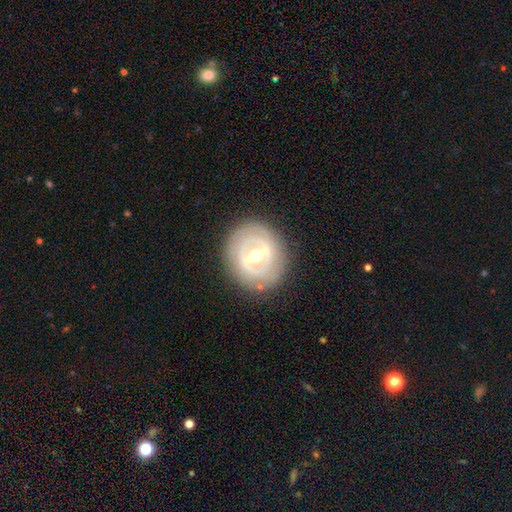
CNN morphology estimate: This is likely a featured or disk galaxy (77%). It is clearly not viewed edge-on (94%). Bar: possibly strong (49%). Spiral arm pattern: likely yes (70%). Spiral arm count: marginally 2 (44%). Spiral winding: likely tight (71%). Central bulge: likely moderate (67%). Merging: clearly none (84%).